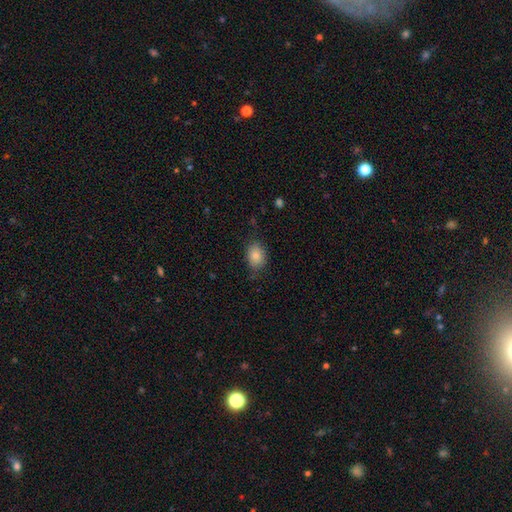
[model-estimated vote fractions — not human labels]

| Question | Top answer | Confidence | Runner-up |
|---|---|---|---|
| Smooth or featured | smooth | 85% | star or artifact (8%) |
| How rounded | in between | 72% | round (27%) |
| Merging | none | 77% | minor disturbance (18%) |